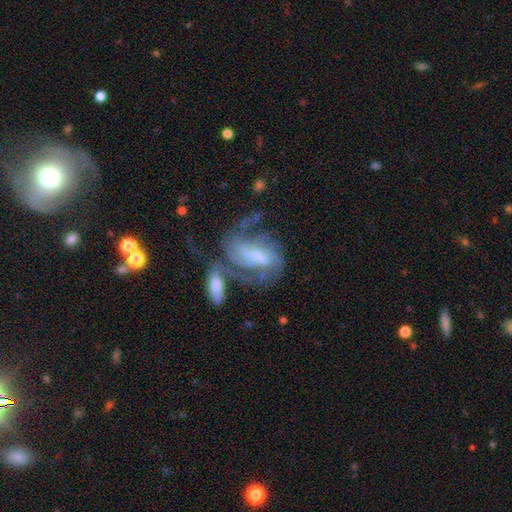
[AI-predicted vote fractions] A featured or disk galaxy (77%) with a weak bar (47%), 2 (34%, tied with can't tell) medium (44%) spiral arms (85%) and a small central bulge (37%).

Vote fractions:
- Smooth or featured? featured or disk: 77% / smooth: 15% / star or artifact: 8%
- Edge-on disk? no: 96% / yes: 4%
- Bar? weak: 47% / no: 28% / strong: 26%
- Spiral arms? yes: 85% / no: 15%
- Spiral winding? medium: 44% / tight: 32% / loose: 24%
- Spiral arm count? 2: 34% (tied) / can't tell: 34% (tied) / 3: 15% / 1: 7% / 4: 6% / more than 4: 4%
- Bulge size? small: 37% / moderate: 32% / none: 20% / large: 9% / dominant: 2%
- Merging? none: 31% / major disturbance: 27% / merger: 25% / minor disturbance: 16%